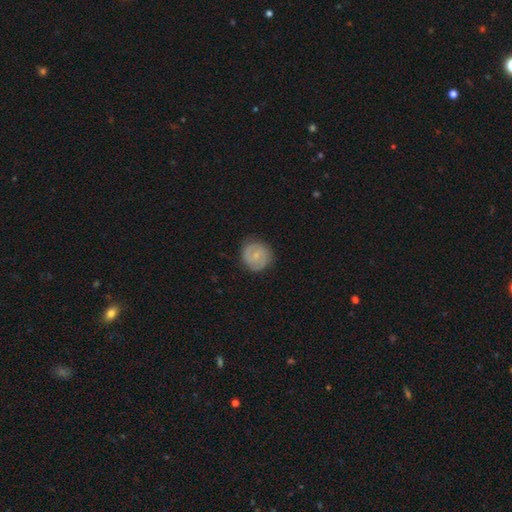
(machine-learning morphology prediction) This appears to be a featured or disk galaxy (52%) with no bar (54%), spiral arms (77%) and a small central bulge (67%). Merging: none (81%).